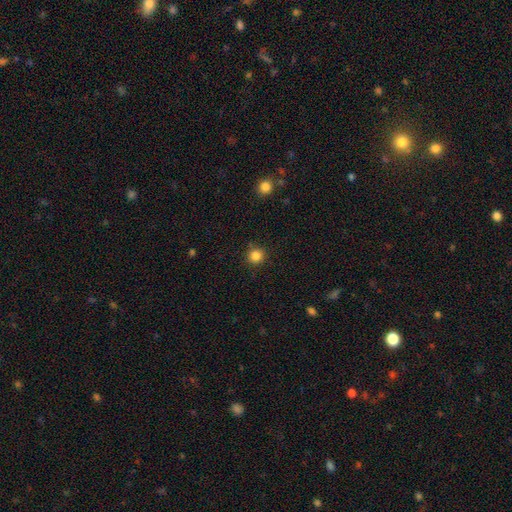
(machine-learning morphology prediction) The model was most divided on "smooth or featured": smooth: 84%, star or artifact: 12%, featured or disk: 4%. More confident: how rounded — round (92%); merging — none (87%).